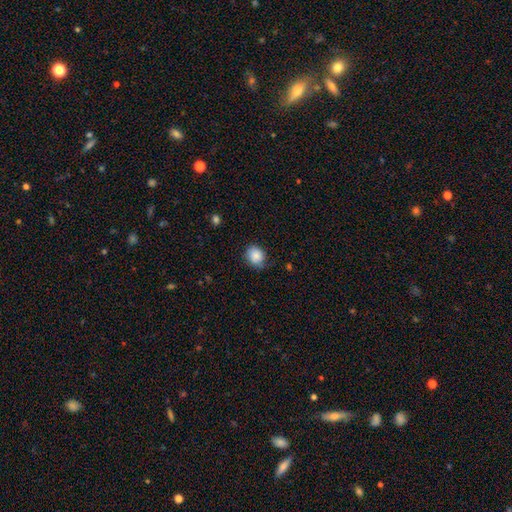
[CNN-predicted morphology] smooth-or-featured: smooth: 85% | star or artifact: 8% | featured or disk: 7%
  how-rounded: round: 67% | in between: 32% | cigar-shaped: 1%
  merging: none: 68% | minor disturbance: 25% | major disturbance: 5% | merger: 1%